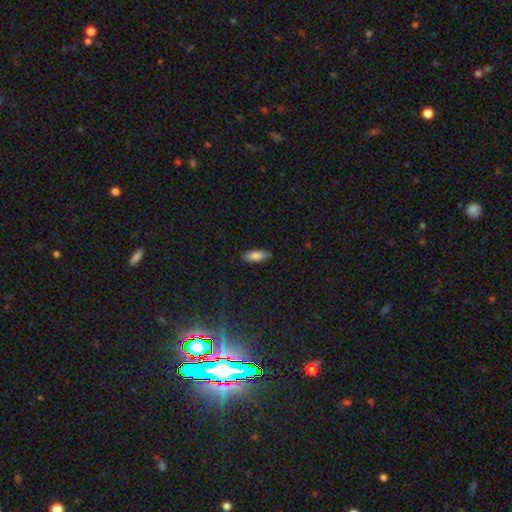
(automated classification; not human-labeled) Smooth or featured?
  - smooth: 82% *
  - featured or disk: 11%
  - star or artifact: 7%
How rounded?
  - in between: 72% *
  - cigar-shaped: 26%
  - round: 2%
Merging?
  - none: 87% *
  - minor disturbance: 10%
  - major disturbance: 2%
  - merger: 1%